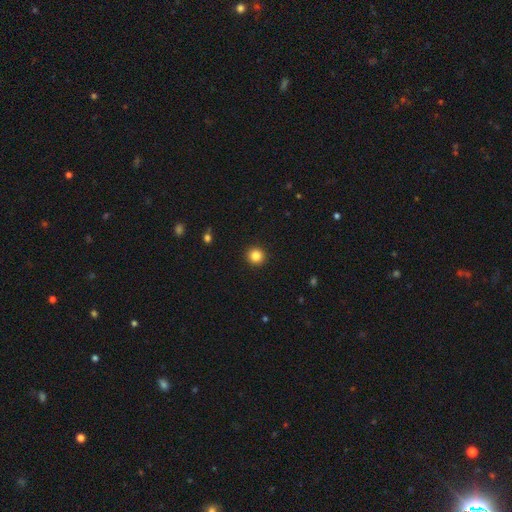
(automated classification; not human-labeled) Smooth or featured? smooth (84%)
How rounded? round (95%)
Merging? none (93%)